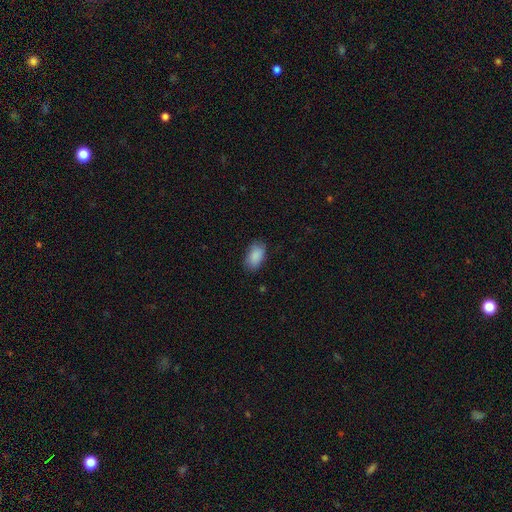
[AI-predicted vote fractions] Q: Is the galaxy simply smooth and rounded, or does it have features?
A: smooth — 89%.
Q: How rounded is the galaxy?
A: in between — 93%.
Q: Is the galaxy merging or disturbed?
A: none — 81%.